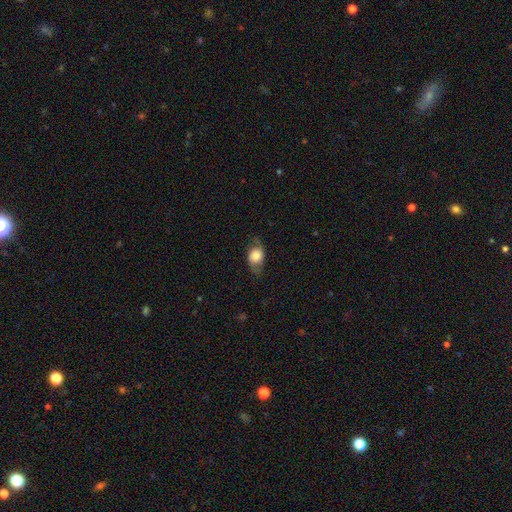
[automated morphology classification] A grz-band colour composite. It shows a smooth galaxy with no disk features (62%) that is in between round and cigar-shaped (64%). Merging: none (68%).